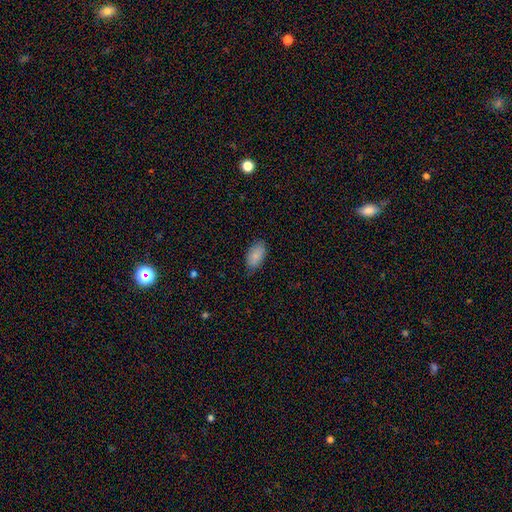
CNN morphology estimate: Overall: smooth (85%). How rounded: in between (94%). Merging: none (81%).